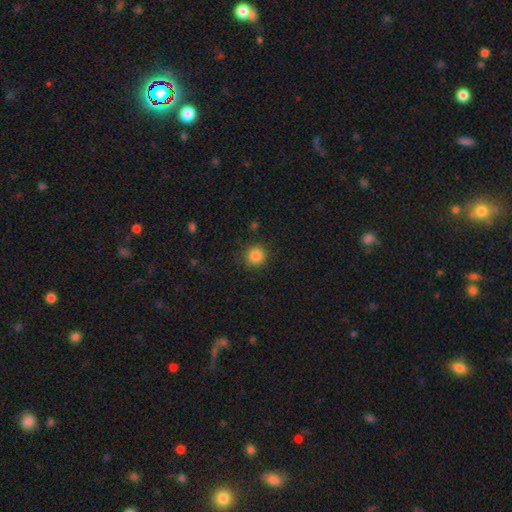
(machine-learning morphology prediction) smooth 85%, star or artifact 11%, featured or disk 4%. Down the decision tree: how rounded — round (93%); merging — none (88%).